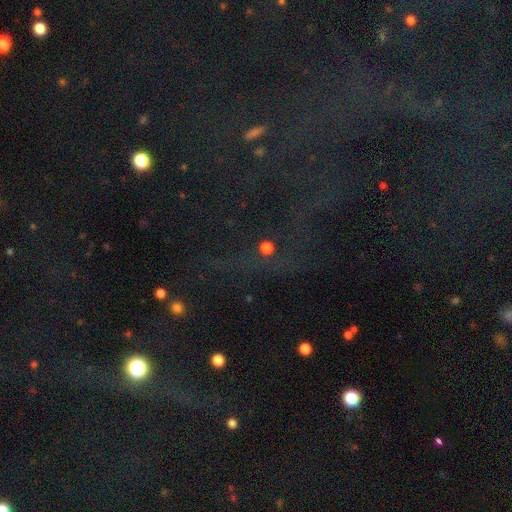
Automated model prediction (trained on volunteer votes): Smooth or featured? Predicted: star or artifact (p=0.76).